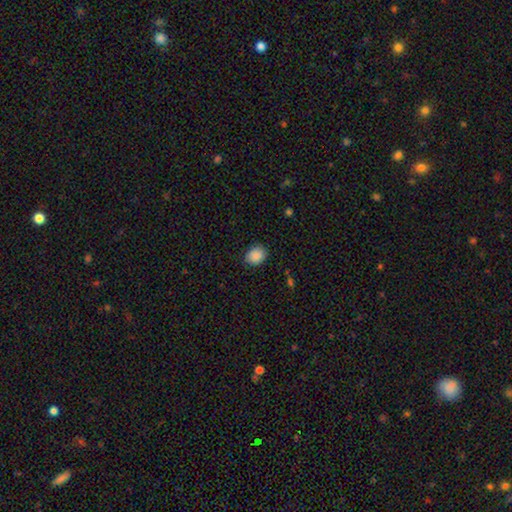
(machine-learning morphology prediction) Overall: smooth (89%). How rounded: round (51%; in between 48%). Merging: none (84%).